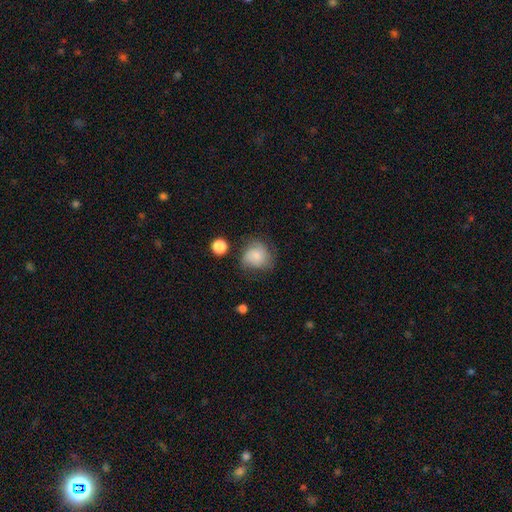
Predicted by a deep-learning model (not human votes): Q: Smooth or featured?
A: smooth (74%); runner-up: featured or disk (17%)
Q: How rounded?
A: round (73%); runner-up: in between (26%)
Q: Merging?
A: none (53%); runner-up: minor disturbance (30%)